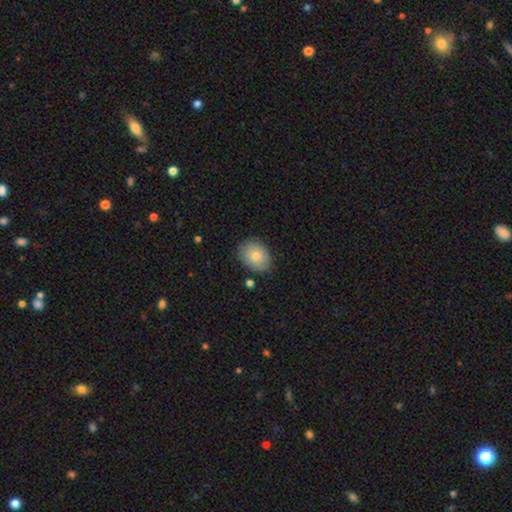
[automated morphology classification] A smooth galaxy with no disk features (77%) that is in between round and cigar-shaped (62%).

Vote fractions:
- Smooth or featured? smooth: 77% / featured or disk: 15% / star or artifact: 8%
- How rounded? in between: 62% / round: 37% / cigar-shaped: 1%
- Merging? none: 83% / minor disturbance: 12% / major disturbance: 2% / merger: 2%